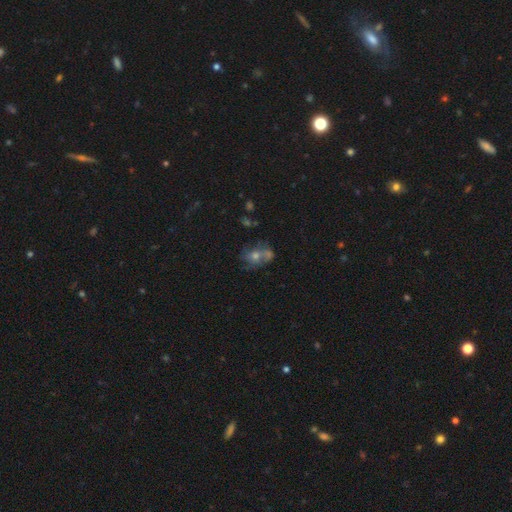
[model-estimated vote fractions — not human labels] The model was most divided on "smooth or featured": smooth: 41%, featured or disk: 40%, star or artifact: 19%. Remaining: merging — none (43%).